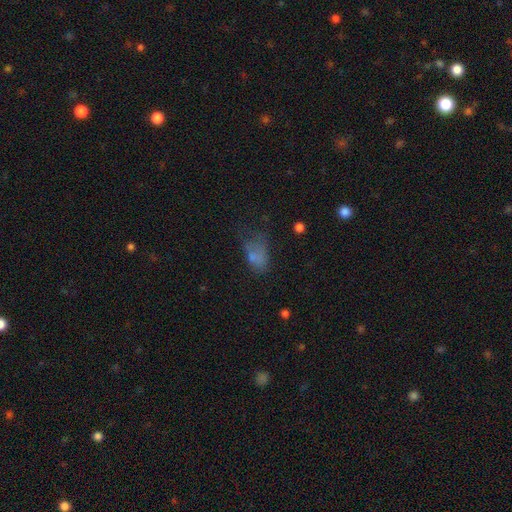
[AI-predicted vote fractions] smooth 61%, featured or disk 23%, star or artifact 17%. Down the decision tree: how rounded — in between (86%); merging — major disturbance (41%).